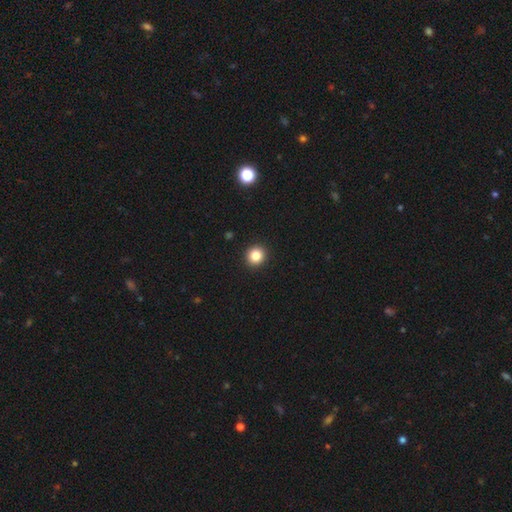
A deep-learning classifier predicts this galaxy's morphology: This is clearly a smooth galaxy (84%). How rounded: clearly round (91%). Merging: clearly none (93%).